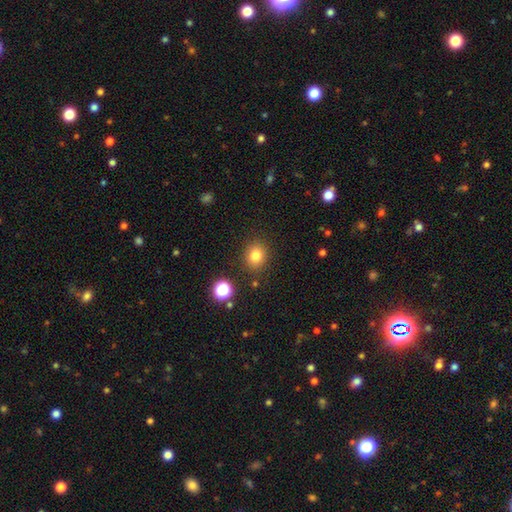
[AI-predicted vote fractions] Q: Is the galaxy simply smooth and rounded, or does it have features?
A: smooth — 80%.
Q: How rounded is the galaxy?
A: round — 71%.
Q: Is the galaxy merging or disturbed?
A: none — 86%.